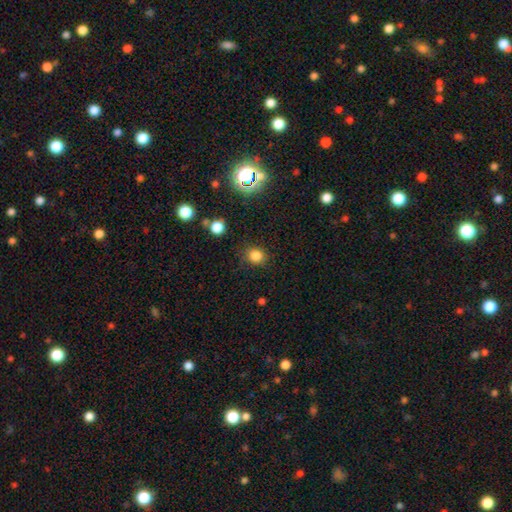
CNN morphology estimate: A smooth galaxy with no disk features (81%) that is round (74%). Merging: none (82%).